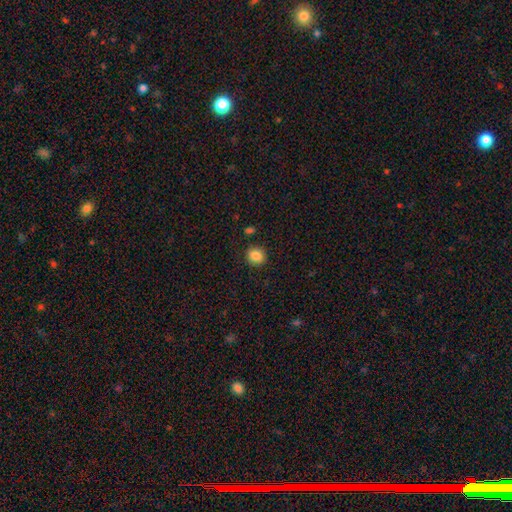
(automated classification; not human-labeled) Q: Smooth or featured?
A: smooth (85%); runner-up: star or artifact (10%)
Q: How rounded?
A: round (82%); runner-up: in between (17%)
Q: Merging?
A: none (87%); runner-up: minor disturbance (8%)